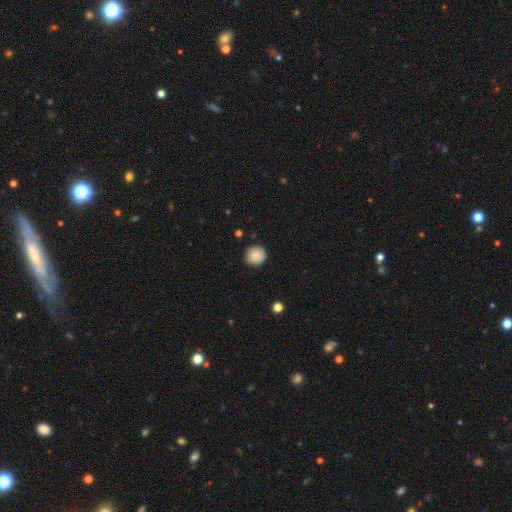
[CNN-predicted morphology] smooth-or-featured: smooth: 85% | star or artifact: 8% | featured or disk: 8%
  how-rounded: round: 91% | in between: 8% | cigar-shaped: 1%
  merging: none: 82% | minor disturbance: 14% | major disturbance: 2% | merger: 1%